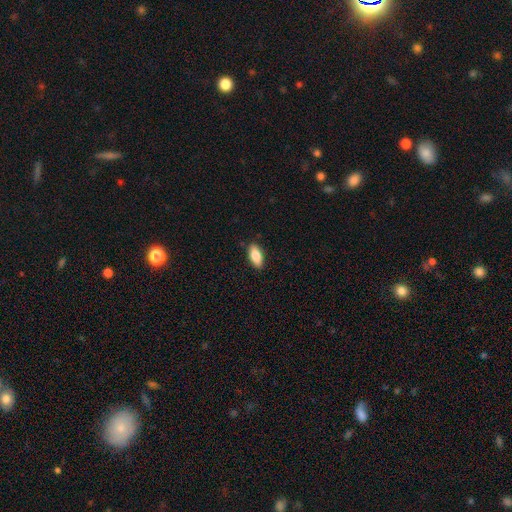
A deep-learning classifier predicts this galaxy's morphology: Overall: smooth (82%). How rounded: in between (85%). Merging: none (89%).